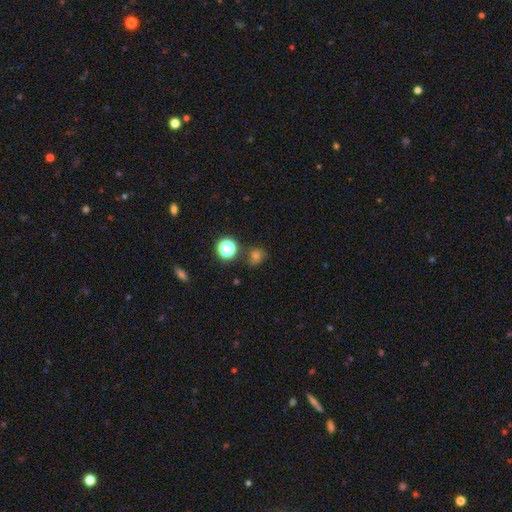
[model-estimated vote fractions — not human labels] A smooth galaxy with no disk features (58%) that is round (77%). Merging: none (75%).